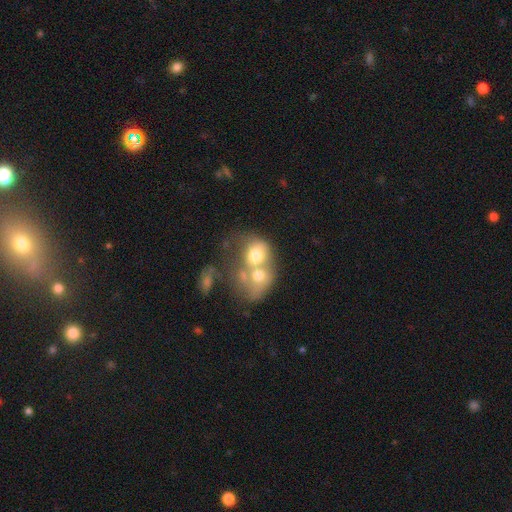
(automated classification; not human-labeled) This appears to be a smooth galaxy with no disk features (58%) that is round (52%). Merging: merger (72%).